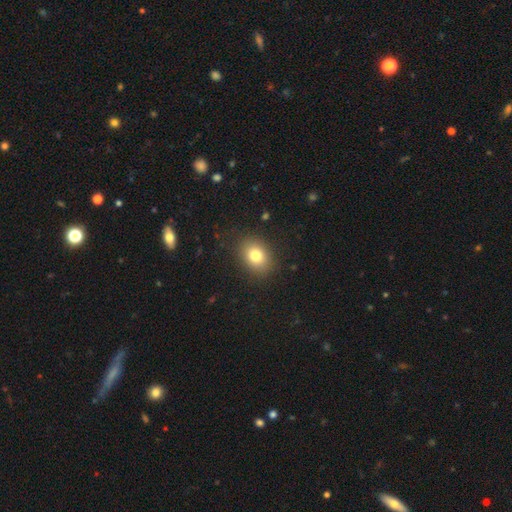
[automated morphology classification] A smooth galaxy with no disk features (79%) that is in between round and cigar-shaped (58%).

Vote fractions:
- Smooth or featured? smooth: 79% / star or artifact: 11% / featured or disk: 10%
- How rounded? in between: 58% / round: 41% / cigar-shaped: 1%
- Merging? none: 87% / minor disturbance: 9% / major disturbance: 3% / merger: 1%